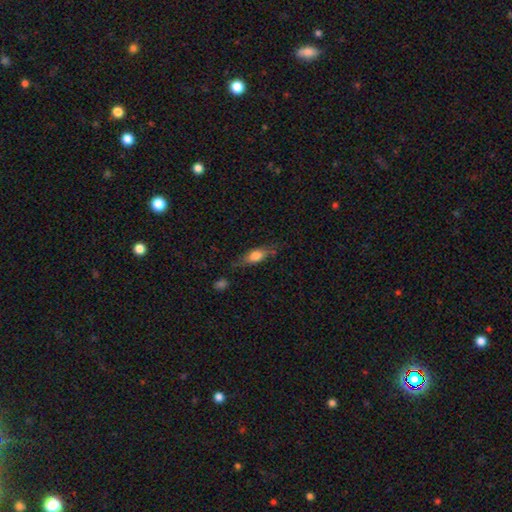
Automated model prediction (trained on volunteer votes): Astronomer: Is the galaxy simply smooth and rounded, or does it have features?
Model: smooth — 67%.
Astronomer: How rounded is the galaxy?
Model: in between — 63%.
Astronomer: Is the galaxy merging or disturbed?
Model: none — 67%.